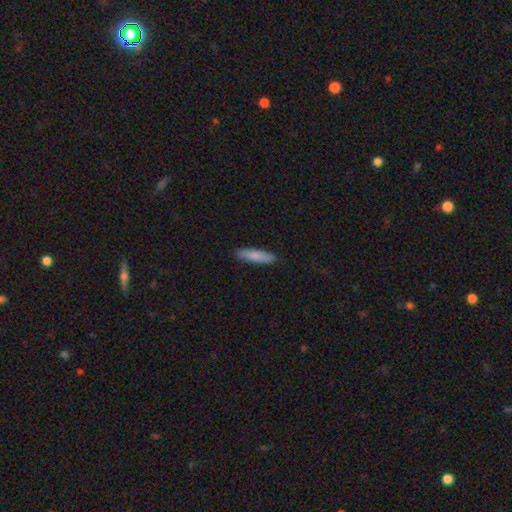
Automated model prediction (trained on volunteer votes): Q: Smooth or featured?
A: smooth (82%); runner-up: featured or disk (12%)
Q: How rounded?
A: cigar-shaped (78%); runner-up: in between (21%)
Q: Merging?
A: none (88%); runner-up: minor disturbance (9%)